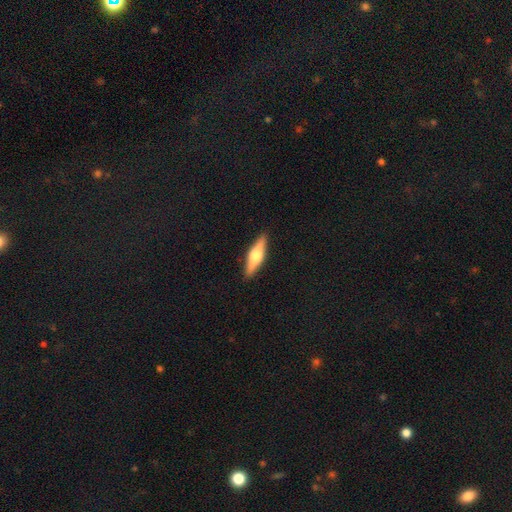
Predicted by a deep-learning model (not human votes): Smooth or featured: featured or disk — 54% (smooth — 40%)
Edge-on disk: yes — 95% (no — 5%)
Edge-on bulge: rounded — 94% (boxy — 4%)
Merging: none — 91% (minor disturbance — 7%)